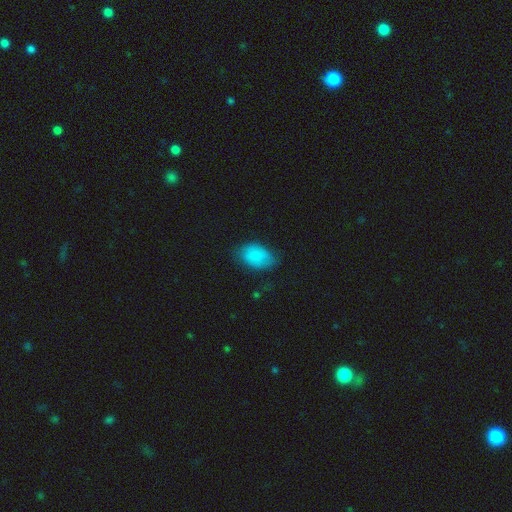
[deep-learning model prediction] Q: Smooth or featured?
A: smooth (84%); runner-up: featured or disk (8%)
Q: How rounded?
A: in between (88%); runner-up: round (10%)
Q: Merging?
A: none (66%); runner-up: minor disturbance (26%)